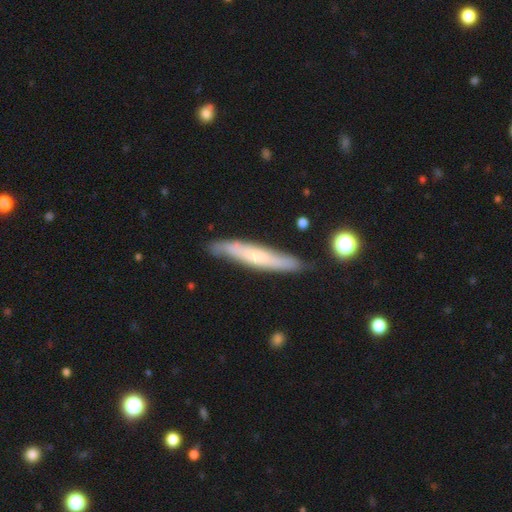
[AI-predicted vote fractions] Overall: smooth (49%; featured or disk 44%). Merging: none (78%).